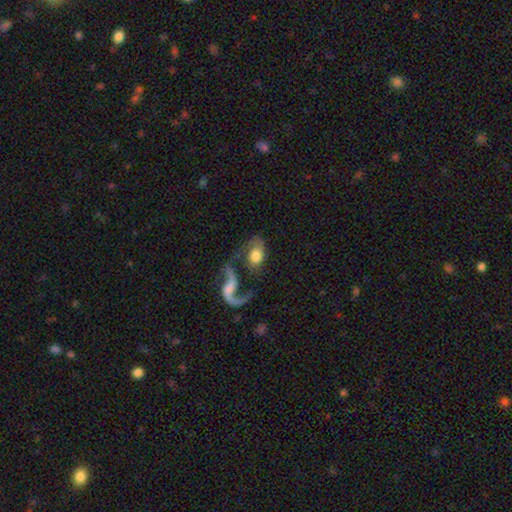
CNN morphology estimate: A smooth galaxy with no disk features (48%). Merging: merger (40%).